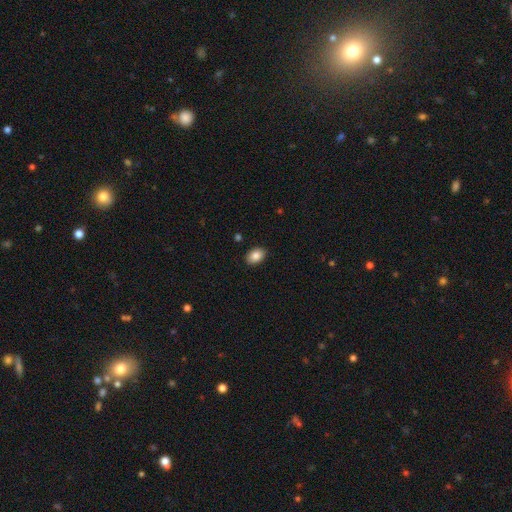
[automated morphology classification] A smooth galaxy with no disk features (86%) that is in between round and cigar-shaped (81%).

Vote fractions:
- Smooth or featured? smooth: 86% / star or artifact: 8% / featured or disk: 5%
- How rounded? in between: 81% / round: 18% / cigar-shaped: 1%
- Merging? none: 89% / minor disturbance: 8% / major disturbance: 2% / merger: 1%